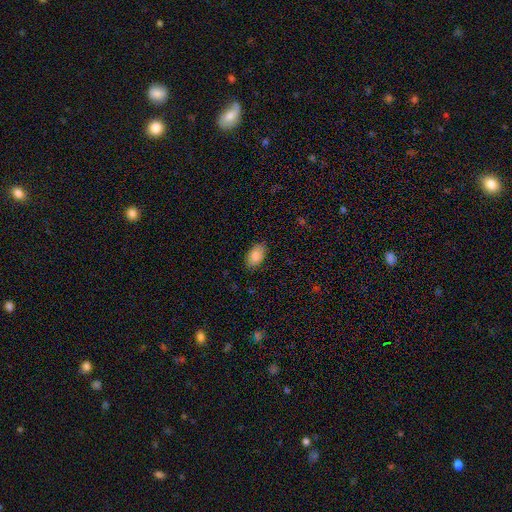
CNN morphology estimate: smooth-or-featured: smooth: 86% | star or artifact: 7% | featured or disk: 7%
  how-rounded: in between: 93% | round: 6% | cigar-shaped: 1%
  merging: none: 86% | minor disturbance: 11% | major disturbance: 2% | merger: 1%